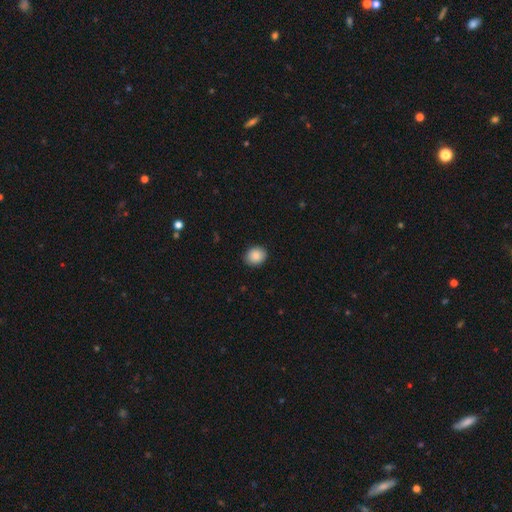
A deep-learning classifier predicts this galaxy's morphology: A smooth galaxy with no disk features (89%) that is round (63%).

Vote fractions:
- Smooth or featured? smooth: 89% / star or artifact: 8% / featured or disk: 4%
- How rounded? round: 63% / in between: 36% / cigar-shaped: 1%
- Merging? none: 90% / minor disturbance: 8% / major disturbance: 2% / merger: 1%